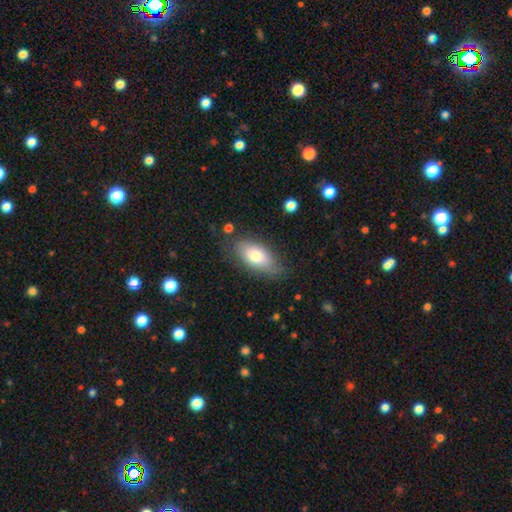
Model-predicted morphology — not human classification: smooth 73%, featured or disk 20%, star or artifact 7%. Down the decision tree: how rounded — in between (90%); merging — none (72%).